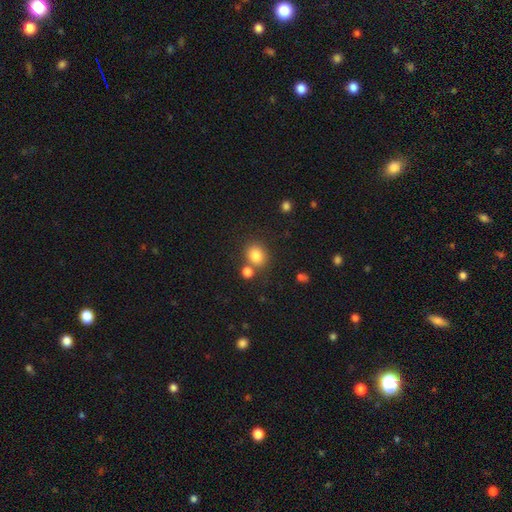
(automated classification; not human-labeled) Q: Smooth or featured?
A: smooth (82%); runner-up: star or artifact (11%)
Q: How rounded?
A: round (68%); runner-up: in between (31%)
Q: Merging?
A: none (68%); runner-up: merger (17%)